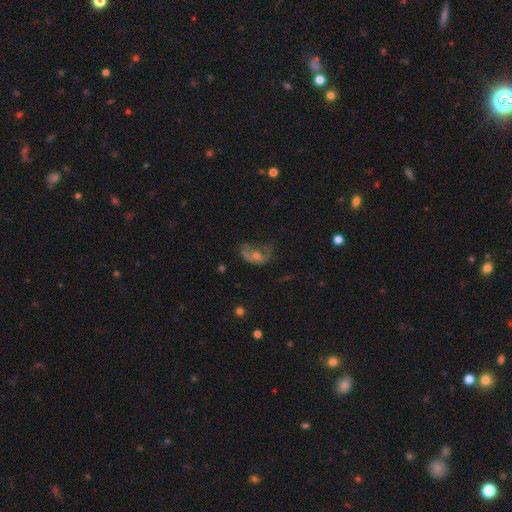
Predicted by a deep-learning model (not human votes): A featured or disk galaxy (42%).

Vote fractions:
- Smooth or featured? featured or disk: 42% / smooth: 38% / star or artifact: 20%
- Merging? major disturbance: 45% / none: 29% / minor disturbance: 21% / merger: 5%